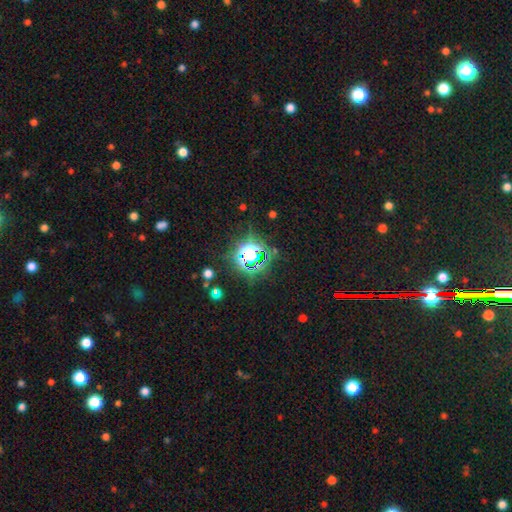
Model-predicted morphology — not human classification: star or artifact 79%, smooth 12%, featured or disk 9%.